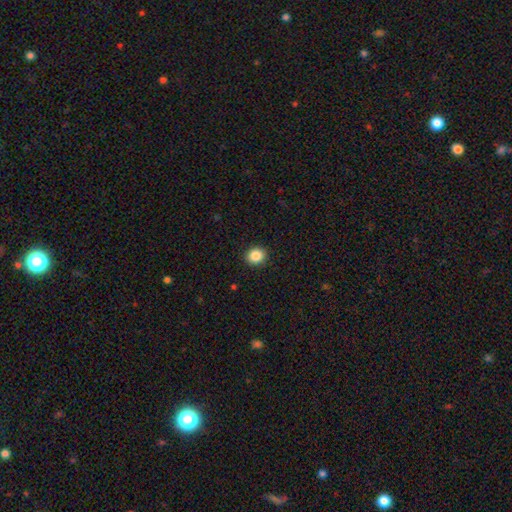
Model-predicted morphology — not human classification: smooth-or-featured: smooth: 87% | star or artifact: 10% | featured or disk: 4%
  how-rounded: round: 80% | in between: 19% | cigar-shaped: 1%
  merging: none: 92% | minor disturbance: 5% | major disturbance: 2% | merger: 1%